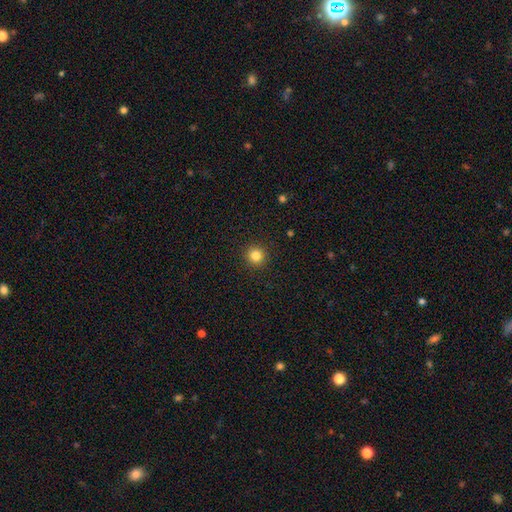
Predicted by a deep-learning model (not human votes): Morphology: type=smooth (83%); roundness=round (95%); merging=none (93%).